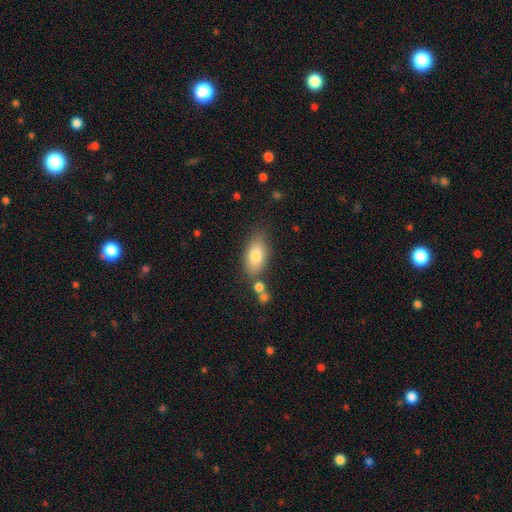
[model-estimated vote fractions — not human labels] This is likely a smooth galaxy (78%). How rounded: clearly in between (89%). Merging: likely none (72%).